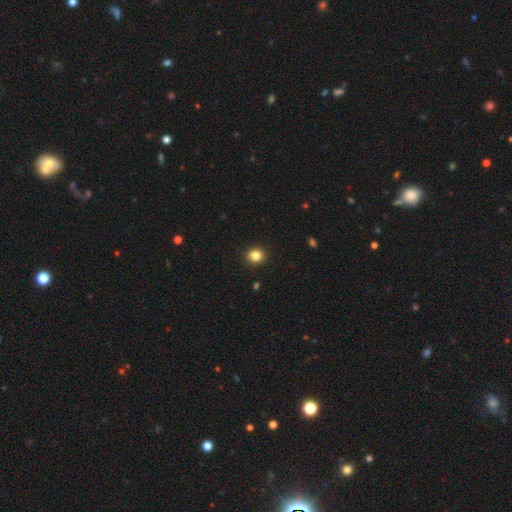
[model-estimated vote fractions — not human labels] Smooth or featured: smooth — 84% (star or artifact — 11%)
How rounded: round — 85% (in between — 14%)
Merging: none — 92% (minor disturbance — 5%)